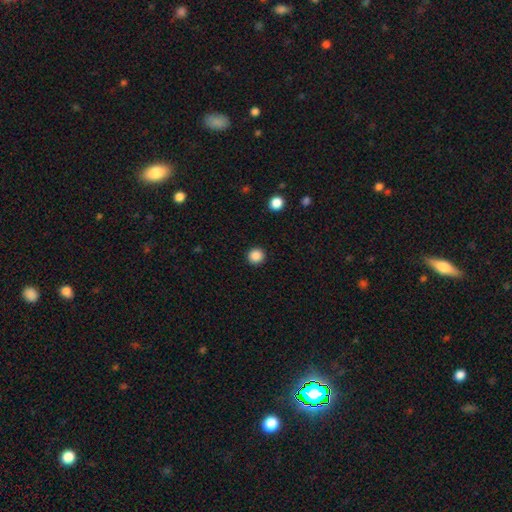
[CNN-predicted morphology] A smooth galaxy with no disk features (87%) that is round (94%). Merging: none (93%).